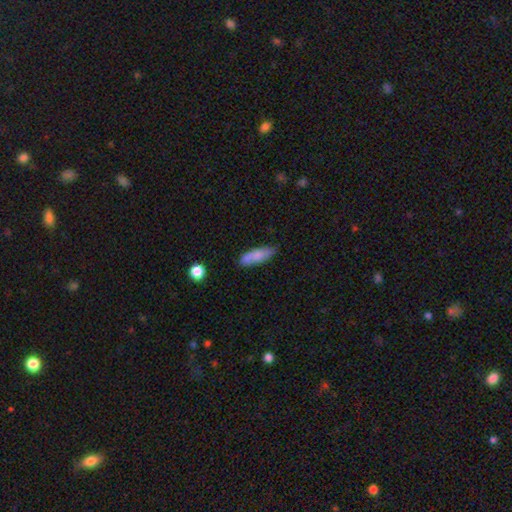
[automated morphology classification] This appears to be a smooth galaxy with no disk features (79%) that is in between round and cigar-shaped (53%). Merging: none (74%).